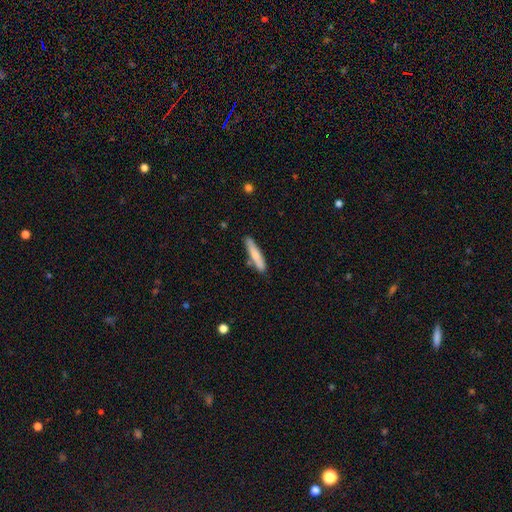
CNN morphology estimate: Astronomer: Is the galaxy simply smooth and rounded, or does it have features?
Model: smooth — 74%.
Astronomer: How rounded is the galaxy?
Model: cigar-shaped — 86%.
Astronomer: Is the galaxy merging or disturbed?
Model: none — 79%.